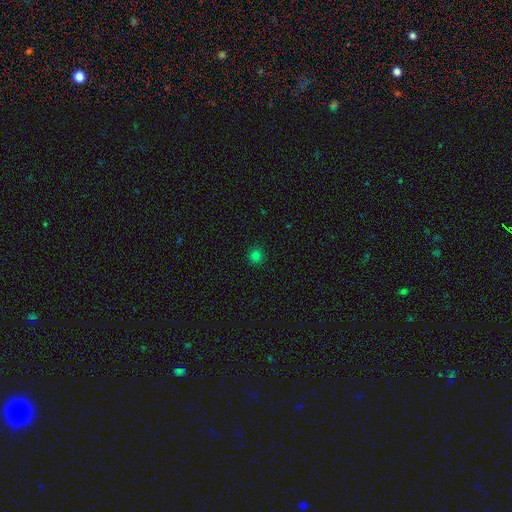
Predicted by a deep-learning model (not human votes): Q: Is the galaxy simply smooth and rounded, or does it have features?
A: smooth — 79%.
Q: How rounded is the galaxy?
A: round — 93%.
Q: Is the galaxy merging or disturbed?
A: none — 91%.